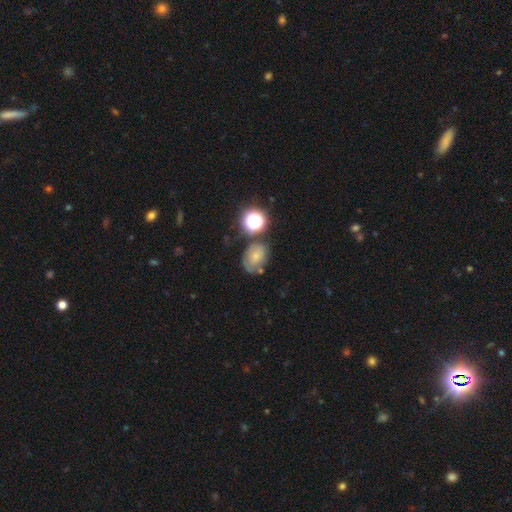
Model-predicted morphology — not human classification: A smooth galaxy with no disk features (58%) that is in between round and cigar-shaped (63%).

Vote fractions:
- Smooth or featured? smooth: 58% / featured or disk: 24% / star or artifact: 17%
- How rounded? in between: 63% / round: 36% / cigar-shaped: 1%
- Merging? none: 56% / minor disturbance: 23% / merger: 12% / major disturbance: 9%